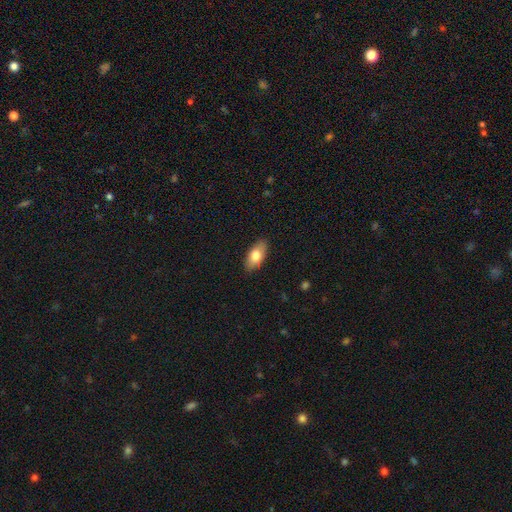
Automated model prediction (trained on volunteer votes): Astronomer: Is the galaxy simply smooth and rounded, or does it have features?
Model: smooth — 77%.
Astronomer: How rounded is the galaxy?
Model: in between — 89%.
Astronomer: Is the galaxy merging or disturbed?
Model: none — 88%.